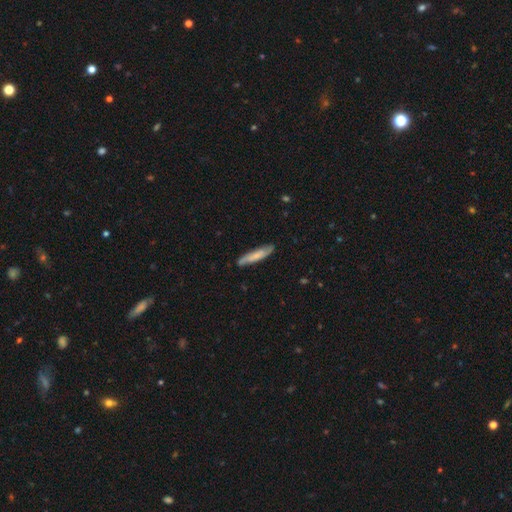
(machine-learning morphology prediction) A smooth galaxy with no disk features (63%) that is cigar-shaped (86%). Merging: none (82%).